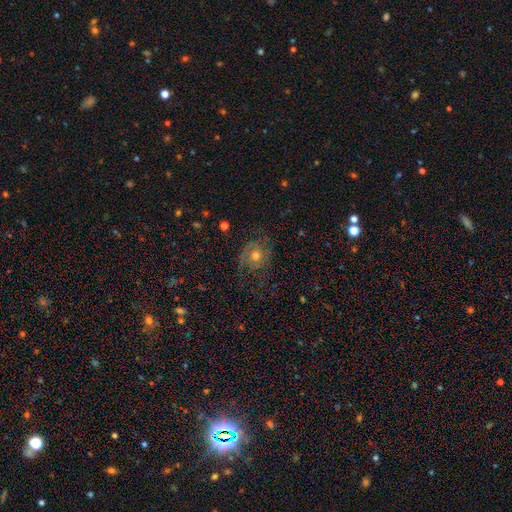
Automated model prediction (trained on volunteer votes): Overall: featured or disk (57%; smooth 29%). Edge-on disk: no (96%). Bar: no (78%). Spiral arms: yes (80%). Bulge size: moderate (68%). Merging: none (64%).